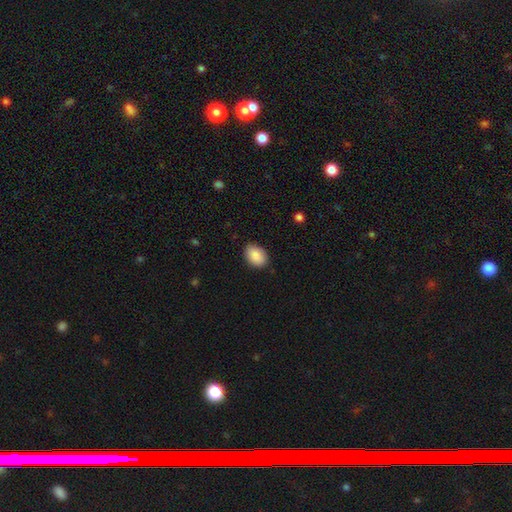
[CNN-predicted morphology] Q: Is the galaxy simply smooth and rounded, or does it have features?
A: smooth — 89%.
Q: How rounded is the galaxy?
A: in between — 83%.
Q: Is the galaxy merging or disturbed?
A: none — 85%.